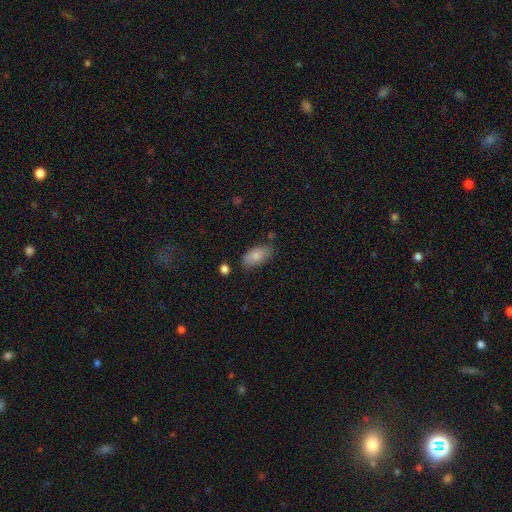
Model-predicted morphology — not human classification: This appears to be a smooth galaxy with no disk features (82%) that is in between round and cigar-shaped (92%). Merging: none (73%).